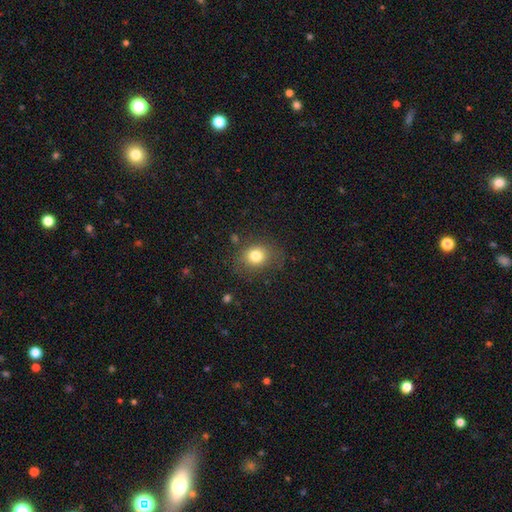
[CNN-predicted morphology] Smooth or featured? smooth (79%)
How rounded? round (64%)
Merging? none (78%)